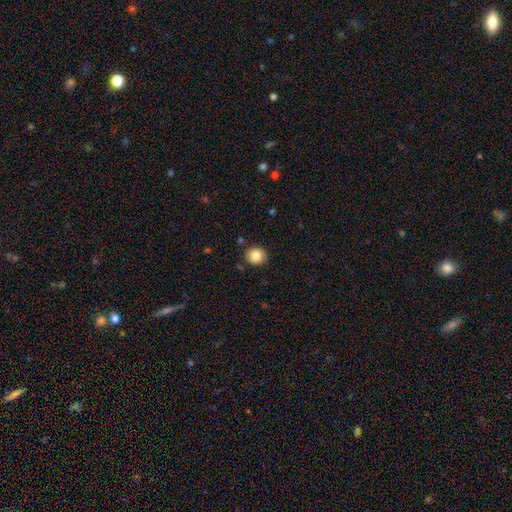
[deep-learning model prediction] smooth-or-featured: smooth: 85% | star or artifact: 9% | featured or disk: 5%
  how-rounded: round: 86% | in between: 13% | cigar-shaped: 1%
  merging: none: 87% | minor disturbance: 9% | major disturbance: 2% | merger: 2%